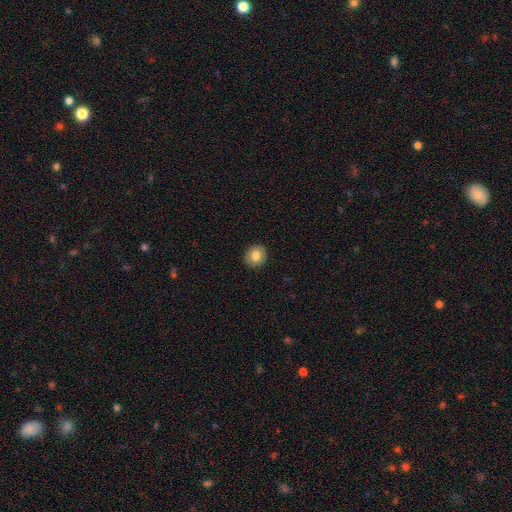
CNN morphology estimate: smooth_or_featured: smooth (p=0.81) [alt: featured or disk p=0.11]
how_rounded: round (p=0.78) [alt: in between p=0.21]
merging: none (p=0.90) [alt: minor disturbance p=0.07]